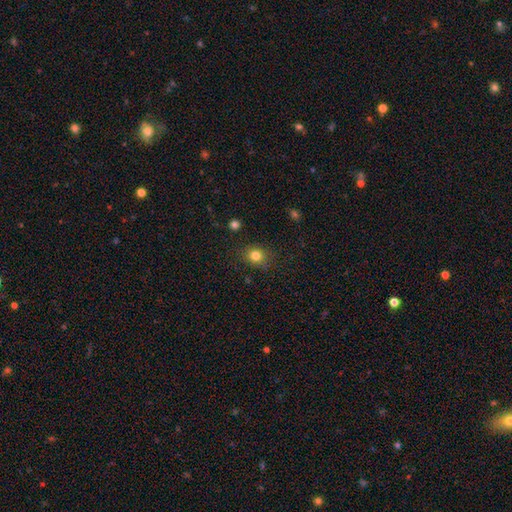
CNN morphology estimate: Smooth or featured? smooth (81%)
How rounded? round (70%)
Merging? none (83%)